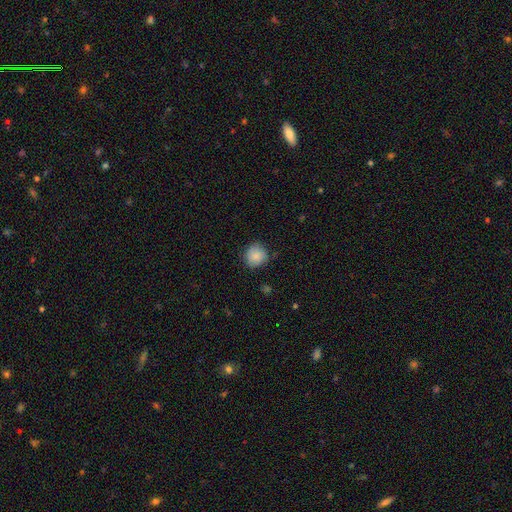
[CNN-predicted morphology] Overall: smooth (85%). How rounded: round (87%). Merging: none (75%).